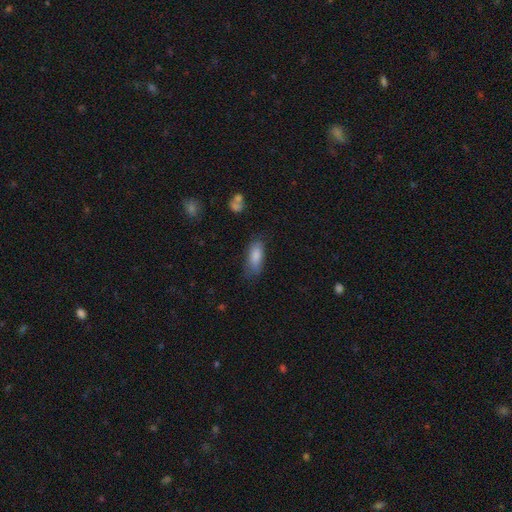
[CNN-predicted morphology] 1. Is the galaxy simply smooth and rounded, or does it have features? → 84% smooth, 10% featured or disk, 7% star or artifact.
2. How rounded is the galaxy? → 77% in between, 21% cigar-shaped, 2% round.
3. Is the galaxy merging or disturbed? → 68% none, 24% minor disturbance, 7% major disturbance, 2% merger.